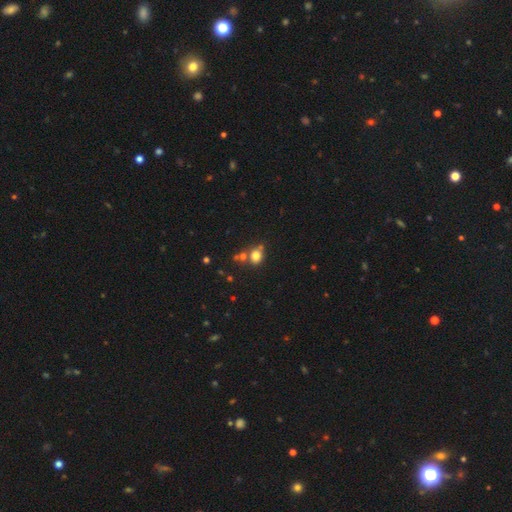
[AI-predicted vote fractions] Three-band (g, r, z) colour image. It shows a smooth galaxy with no disk features (77%) that is round (66%). Merging: none (57%).